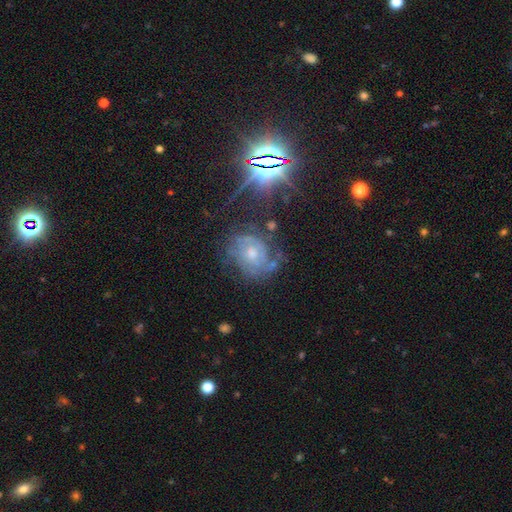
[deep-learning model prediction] smooth-or-featured: featured or disk: 68% | star or artifact: 20% | smooth: 13%
  disk-edge-on: no: 97% | yes: 3%
    bar: no: 73% | weak: 22% | strong: 5%
    has-spiral-arms: yes: 86% | no: 14%
      spiral-winding: tight: 60% | medium: 31% | loose: 9%
      spiral-arm-count: can't tell: 43% | 2: 29% | 3: 14% | 1: 5% | 4: 5% | more than 4: 4%
    bulge-size: moderate: 53% | small: 38% | large: 4% | none: 4% | dominant: 1%
  merging: none: 65% | minor disturbance: 20% | major disturbance: 12% | merger: 3%